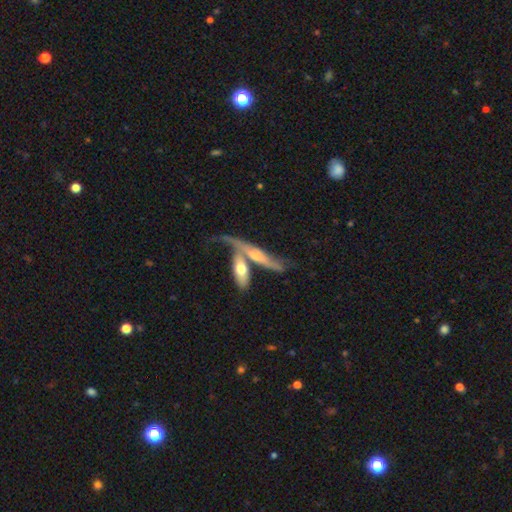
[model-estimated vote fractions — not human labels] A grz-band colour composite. It shows a featured or disk galaxy (61%) viewed edge-on (54%). Merging: merger (50%).